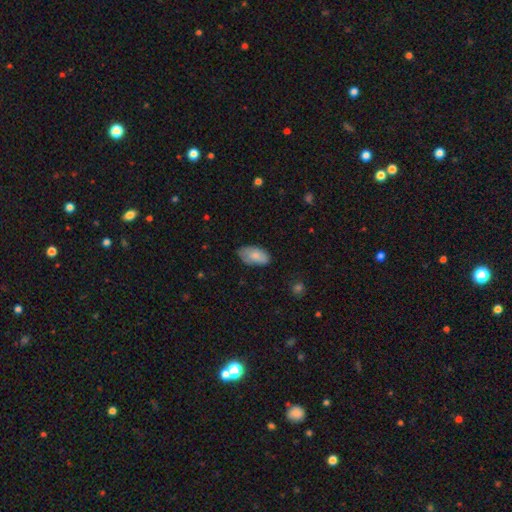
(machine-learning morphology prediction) smooth-or-featured: smooth: 80% | featured or disk: 14% | star or artifact: 6%
  how-rounded: in between: 94% | round: 4% | cigar-shaped: 2%
  merging: none: 68% | minor disturbance: 26% | major disturbance: 4% | merger: 1%